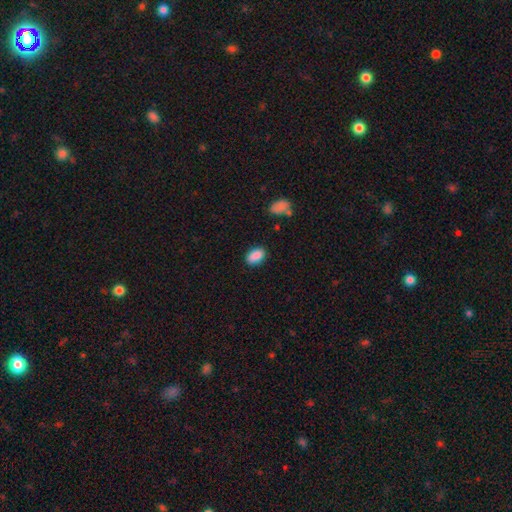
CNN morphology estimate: This is clearly a smooth galaxy (89%). How rounded: clearly in between (90%). Merging: clearly none (84%).